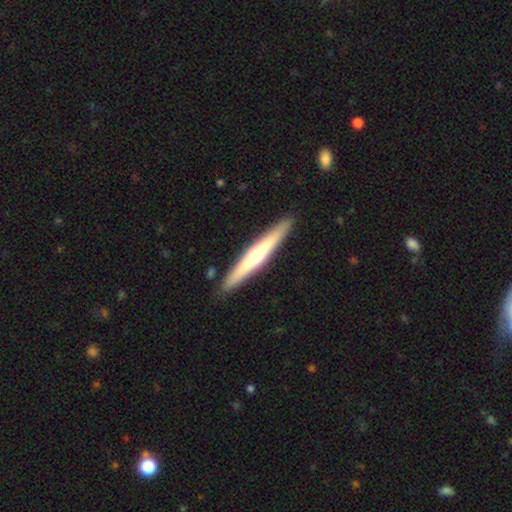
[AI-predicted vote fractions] Smooth or featured? featured or disk (57%)
Edge-on disk? yes (96%)
Edge-on bulge? rounded (73%)
Merging? none (91%)